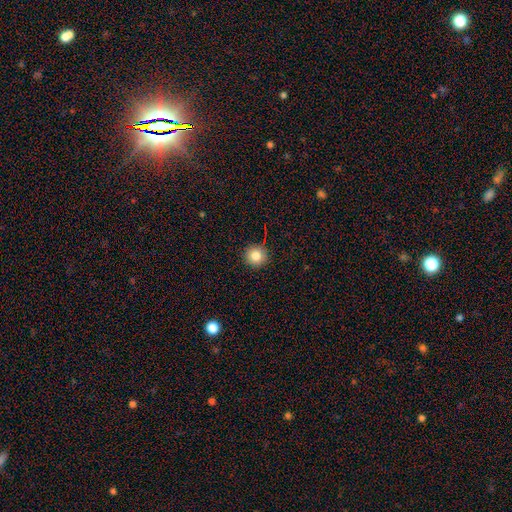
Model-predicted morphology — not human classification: The model was most divided on "smooth or featured": smooth: 83%, star or artifact: 11%, featured or disk: 7%. More confident: how rounded — round (95%); merging — none (90%).